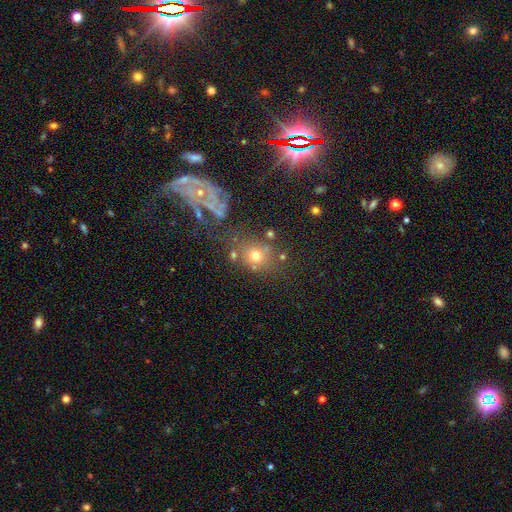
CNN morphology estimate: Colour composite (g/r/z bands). It shows a smooth galaxy with no disk features (65%) that is round (66%). Merging: none (60%).